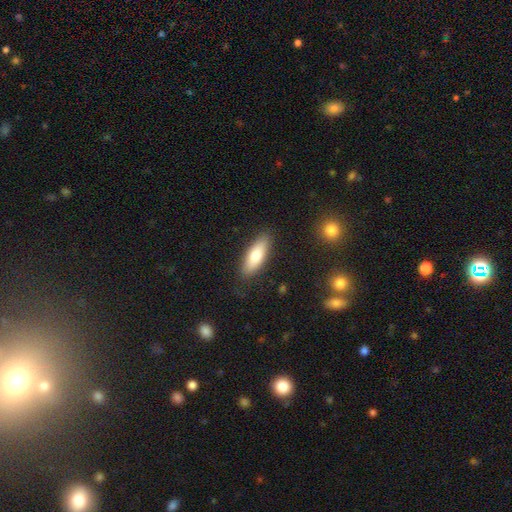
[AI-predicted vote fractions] Q: Smooth or featured?
A: smooth (76%); runner-up: featured or disk (18%)
Q: How rounded?
A: in between (62%); runner-up: cigar-shaped (36%)
Q: Merging?
A: none (86%); runner-up: minor disturbance (10%)